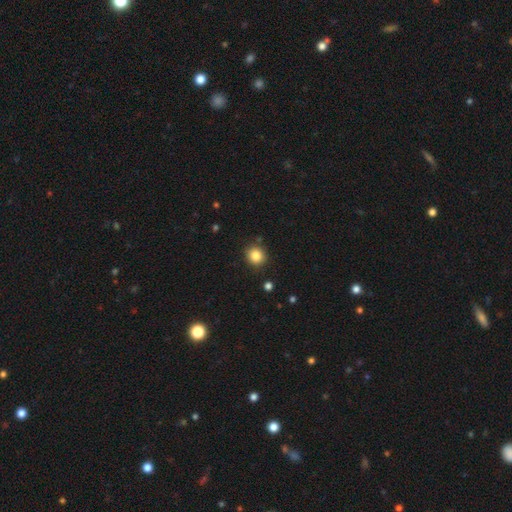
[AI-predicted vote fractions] smooth-or-featured: smooth: 85% | star or artifact: 10% | featured or disk: 5%
  how-rounded: round: 86% | in between: 13% | cigar-shaped: 1%
  merging: none: 88% | minor disturbance: 8% | merger: 2% | major disturbance: 2%